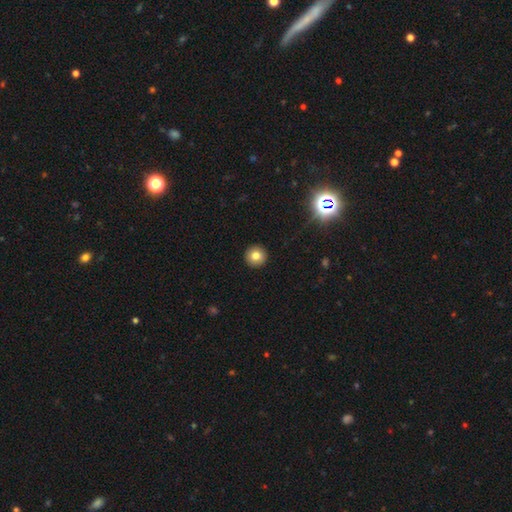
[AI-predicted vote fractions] Q: Smooth or featured?
A: smooth (80%); runner-up: star or artifact (12%)
Q: How rounded?
A: round (96%); runner-up: in between (3%)
Q: Merging?
A: none (93%); runner-up: minor disturbance (4%)